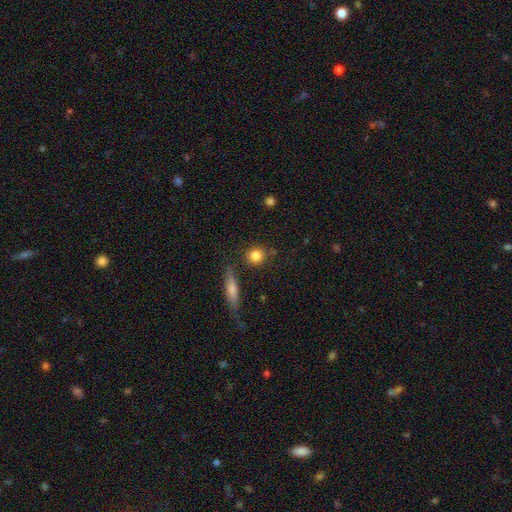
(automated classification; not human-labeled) Q: Smooth or featured?
A: smooth (83%); runner-up: star or artifact (9%)
Q: How rounded?
A: round (83%); runner-up: in between (13%)
Q: Merging?
A: none (80%); runner-up: minor disturbance (11%)